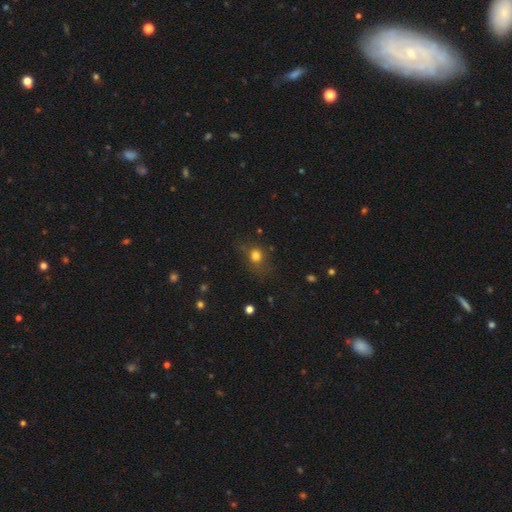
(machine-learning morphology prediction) The model was most divided on "how rounded": round: 68%, in between: 31%, cigar-shaped: 2%. More confident: smooth or featured — smooth (75%); merging — none (63%).